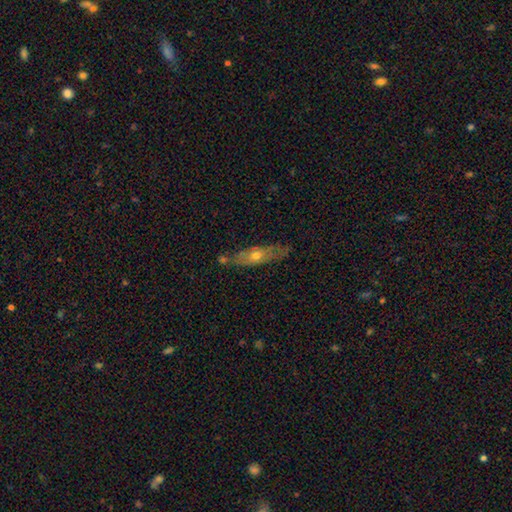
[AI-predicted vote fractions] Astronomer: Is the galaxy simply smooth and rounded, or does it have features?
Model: featured or disk — 60%.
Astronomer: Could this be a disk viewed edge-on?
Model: yes — 54% (runner-up: no, 46%).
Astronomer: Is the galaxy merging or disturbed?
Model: none — 75%.